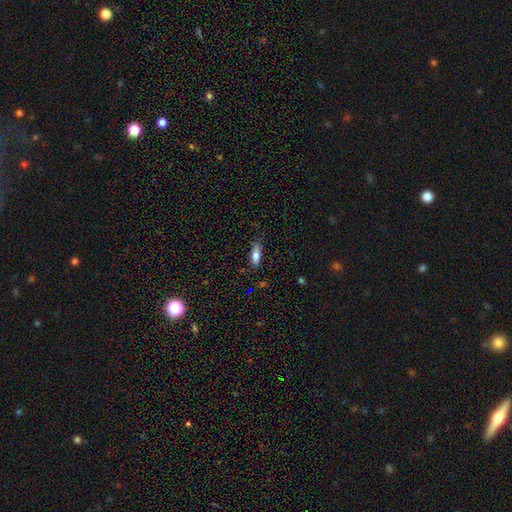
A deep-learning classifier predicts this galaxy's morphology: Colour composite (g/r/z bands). It shows a smooth galaxy with no disk features (76%) that is in between round and cigar-shaped (65%). Merging: none (77%).